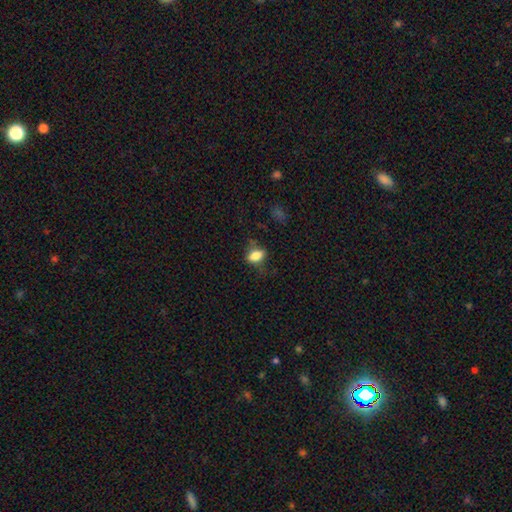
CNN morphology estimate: A smooth galaxy with no disk features (81%) that is in between round and cigar-shaped (83%). Merging: none (62%).